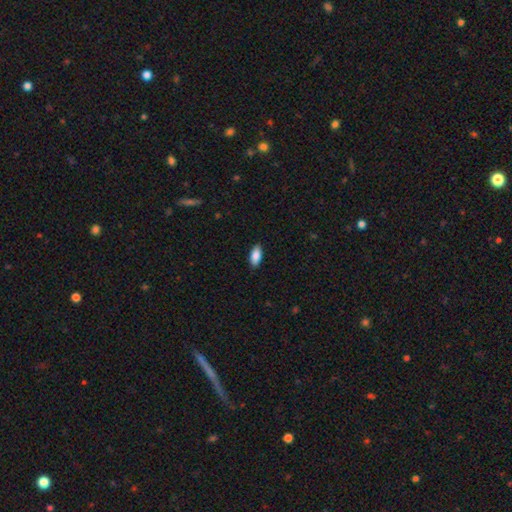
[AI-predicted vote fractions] A smooth galaxy with no disk features (88%) that is in between round and cigar-shaped (90%).

Vote fractions:
- Smooth or featured? smooth: 88% / star or artifact: 6% / featured or disk: 6%
- How rounded? in between: 90% / cigar-shaped: 8% / round: 2%
- Merging? none: 89% / minor disturbance: 9% / major disturbance: 2% / merger: 1%